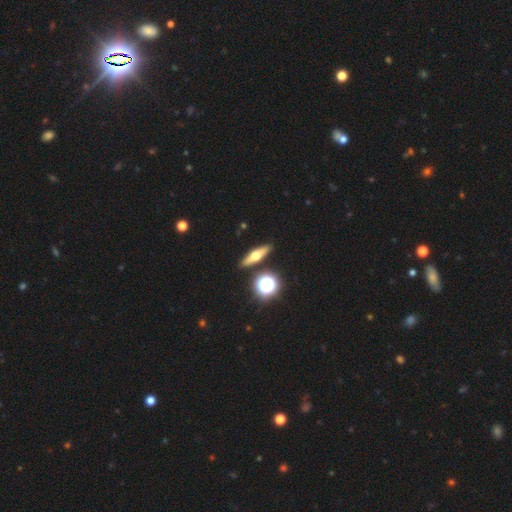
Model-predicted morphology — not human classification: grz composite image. It shows a featured or disk galaxy (49%). Merging: none (87%).